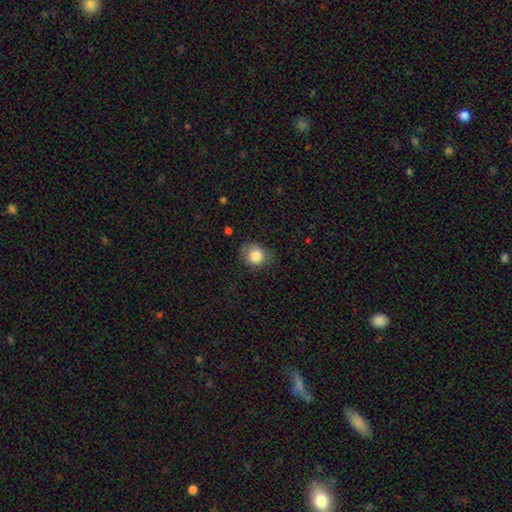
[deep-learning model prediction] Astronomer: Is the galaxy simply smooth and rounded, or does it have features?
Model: smooth — 83%.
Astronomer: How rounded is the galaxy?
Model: round — 62%.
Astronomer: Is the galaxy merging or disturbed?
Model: none — 70%.